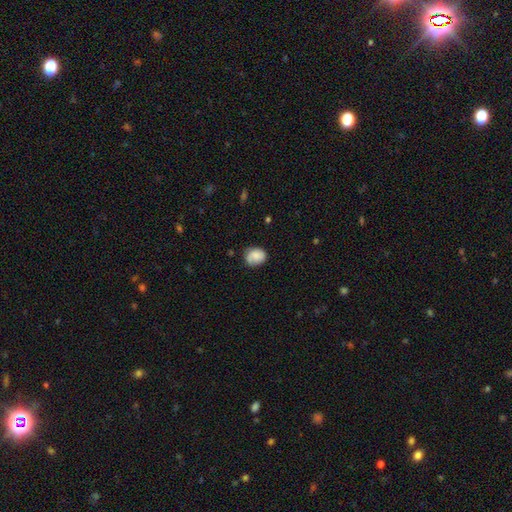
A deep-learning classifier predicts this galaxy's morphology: This appears to be a smooth galaxy with no disk features (71%) that is round (57%). Merging: none (66%).